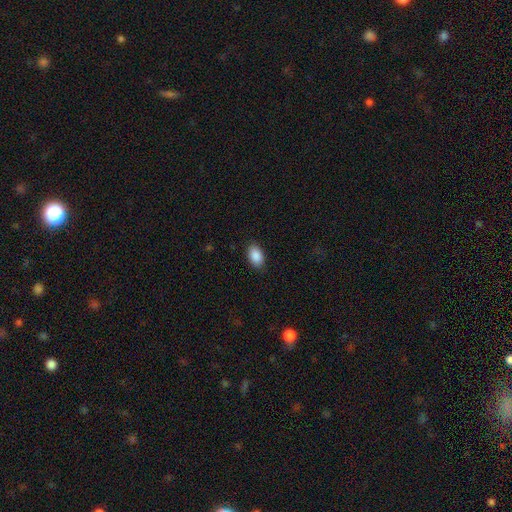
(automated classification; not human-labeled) smooth_or_featured: smooth (p=0.89) [alt: star or artifact p=0.07]
how_rounded: in between (p=0.90) [alt: round p=0.08]
merging: none (p=0.87) [alt: minor disturbance p=0.10]